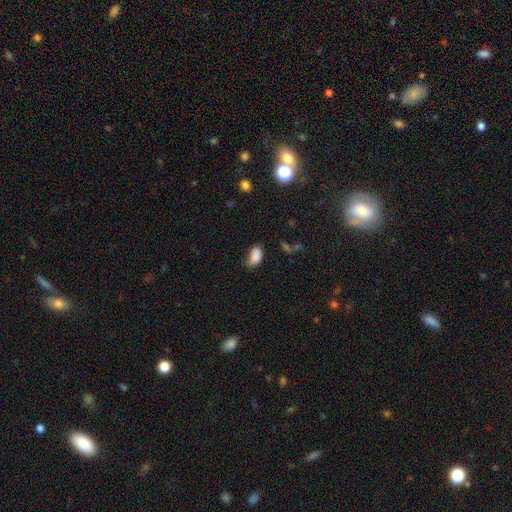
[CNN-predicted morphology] A smooth galaxy with no disk features (86%) that is in between round and cigar-shaped (92%).

Vote fractions:
- Smooth or featured? smooth: 86% / star or artifact: 9% / featured or disk: 5%
- How rounded? in between: 92% / round: 7% / cigar-shaped: 2%
- Merging? none: 54% / minor disturbance: 33% / major disturbance: 10% / merger: 3%